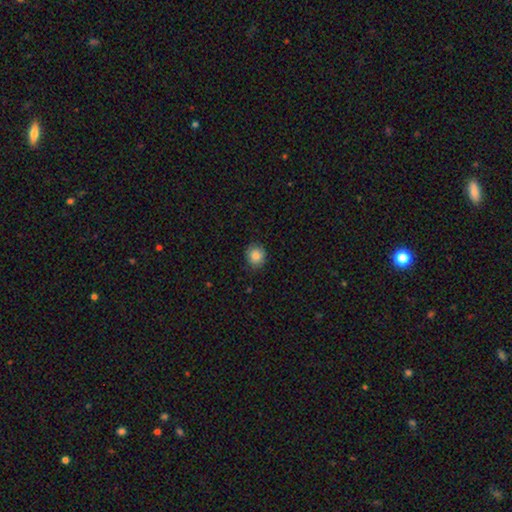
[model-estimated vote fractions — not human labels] Morphology: type=smooth (85%); roundness=round (83%); merging=none (84%).